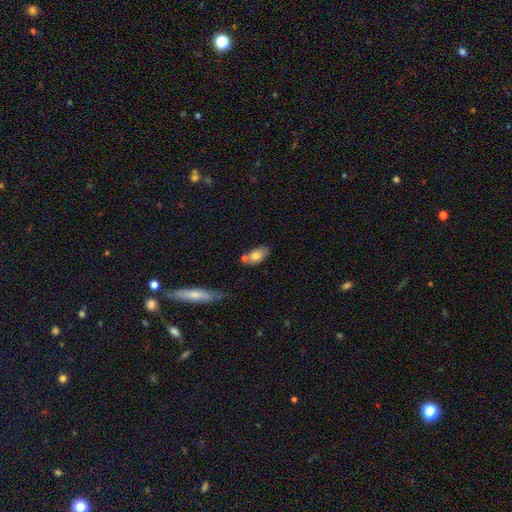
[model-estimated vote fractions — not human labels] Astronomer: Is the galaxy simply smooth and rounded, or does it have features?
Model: smooth — 74%.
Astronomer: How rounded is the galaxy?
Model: in between — 89%.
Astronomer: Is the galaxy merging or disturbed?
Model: none — 55%.